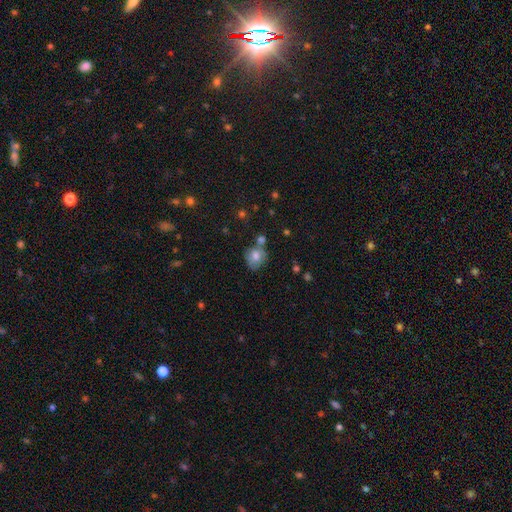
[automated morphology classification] smooth_or_featured: smooth (p=0.75) [alt: featured or disk p=0.15]
how_rounded: round (p=0.68) [alt: in between p=0.31]
merging: none (p=0.52) [alt: merger p=0.21]